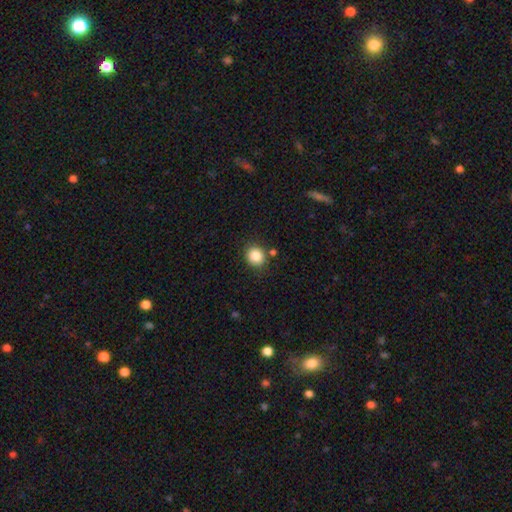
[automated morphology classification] smooth 85%, star or artifact 10%, featured or disk 5%. Down the decision tree: how rounded — round (78%); merging — none (82%).